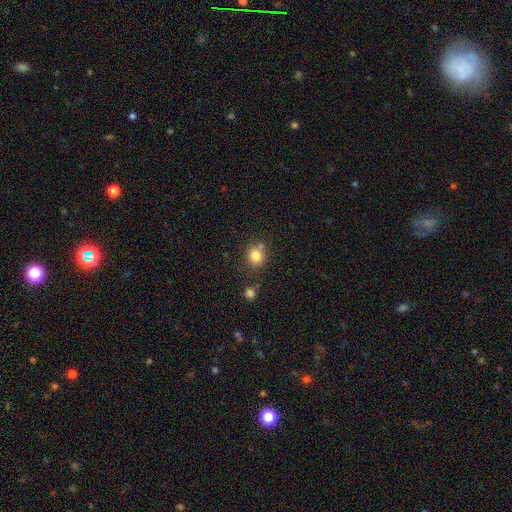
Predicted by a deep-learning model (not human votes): A smooth galaxy with no disk features (81%) that is round (79%). Merging: none (68%).